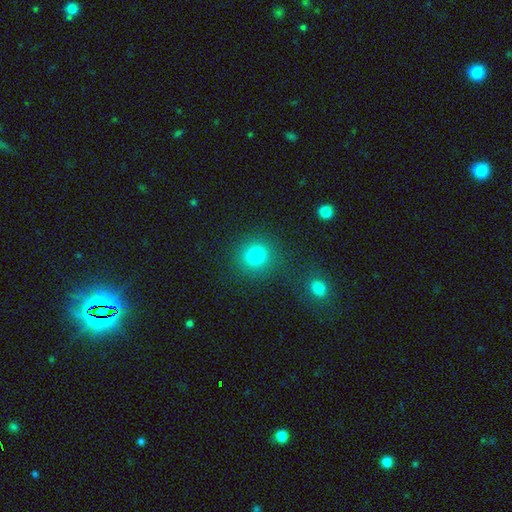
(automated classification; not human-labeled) This is clearly a smooth galaxy (82%). How rounded: clearly round (86%). Merging: clearly none (80%).